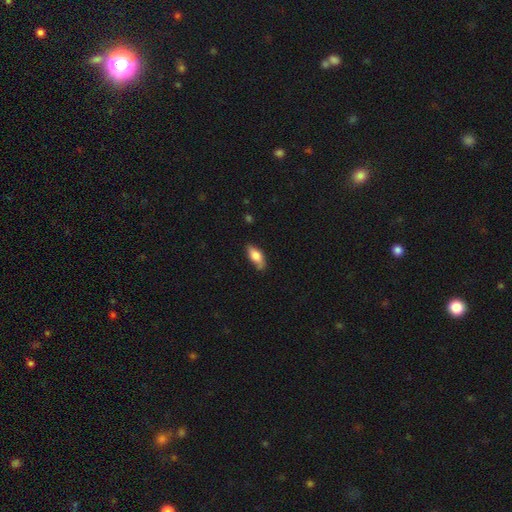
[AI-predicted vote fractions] Q: Smooth or featured?
A: smooth (76%); runner-up: featured or disk (17%)
Q: How rounded?
A: in between (85%); runner-up: cigar-shaped (12%)
Q: Merging?
A: none (67%); runner-up: minor disturbance (26%)